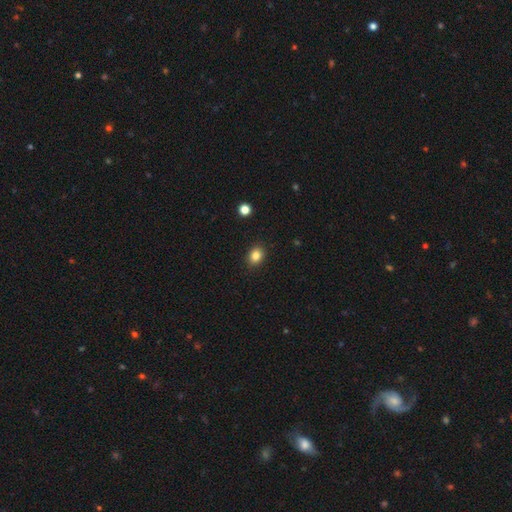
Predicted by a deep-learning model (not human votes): Smooth or featured: smooth — 84% (star or artifact — 11%)
How rounded: in between — 50% (round — 49%)
Merging: none — 89% (minor disturbance — 7%)